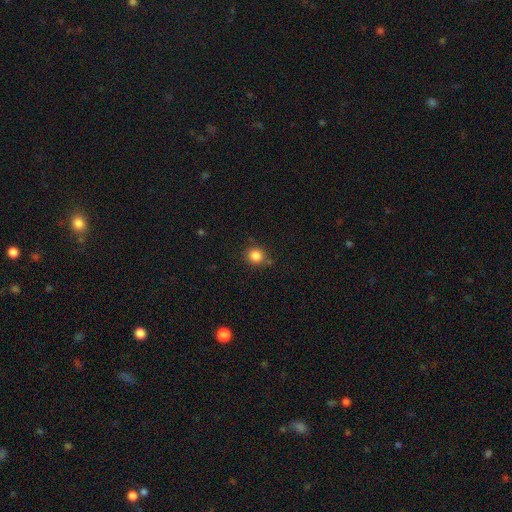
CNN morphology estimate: A smooth galaxy with no disk features (85%) that is round (88%).

Vote fractions:
- Smooth or featured? smooth: 85% / star or artifact: 11% / featured or disk: 4%
- How rounded? round: 88% / in between: 11% / cigar-shaped: 1%
- Merging? none: 80% / minor disturbance: 12% / merger: 5% / major disturbance: 3%